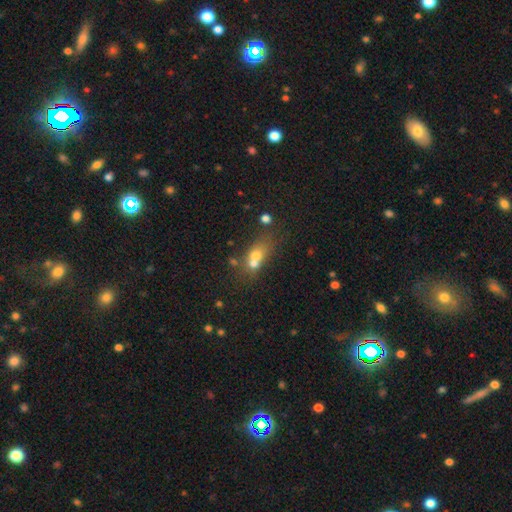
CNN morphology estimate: Overall: smooth (62%; featured or disk 23%). How rounded: in between (50%; round 42%). Merging: merger (57%; none 28%).